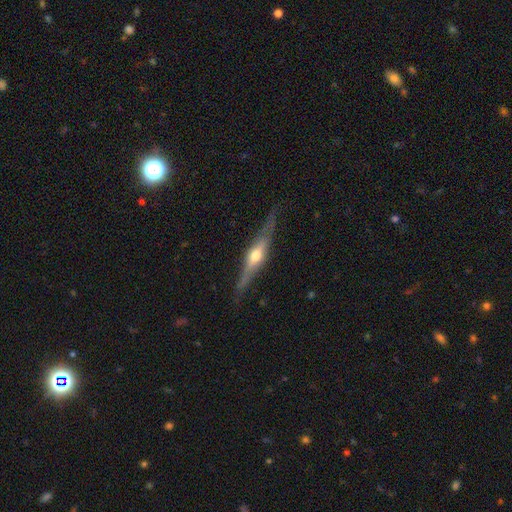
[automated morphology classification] featured or disk 73%, smooth 22%, star or artifact 5%. Down the decision tree: edge-on disk — yes (94%); edge-on bulge — rounded (90%); merging — none (80%).